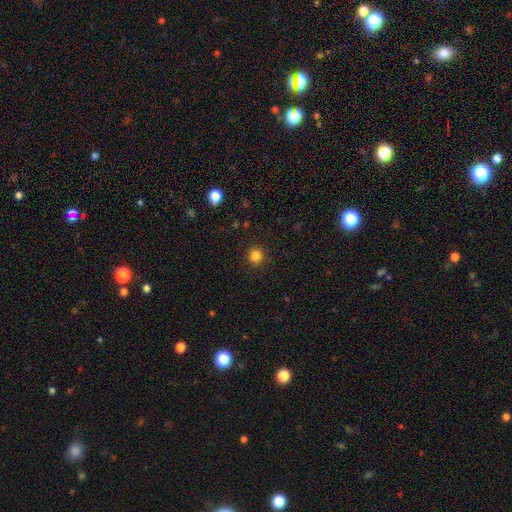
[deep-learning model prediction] A smooth galaxy with no disk features (83%) that is round (93%).

Vote fractions:
- Smooth or featured? smooth: 83% / star or artifact: 13% / featured or disk: 4%
- How rounded? round: 93% / in between: 6% / cigar-shaped: 1%
- Merging? none: 91% / minor disturbance: 6% / major disturbance: 2% / merger: 1%